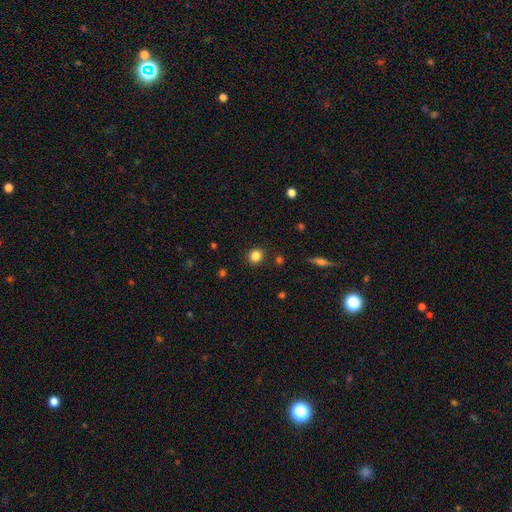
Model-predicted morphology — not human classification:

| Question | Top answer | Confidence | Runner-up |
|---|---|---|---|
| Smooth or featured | smooth | 84% | star or artifact (11%) |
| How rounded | round | 82% | in between (17%) |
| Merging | none | 90% | minor disturbance (7%) |